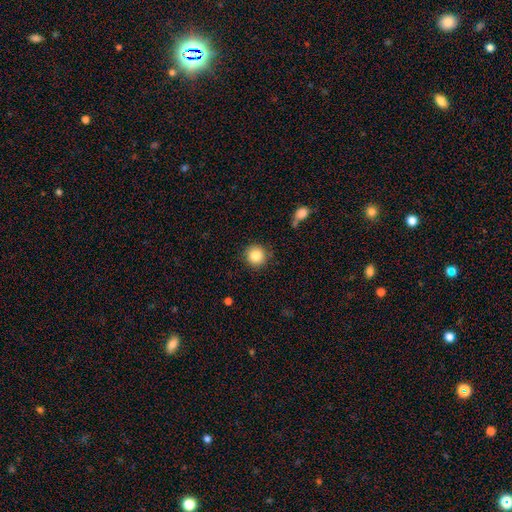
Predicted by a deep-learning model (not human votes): Overall: smooth (85%). How rounded: round (94%). Merging: none (87%).